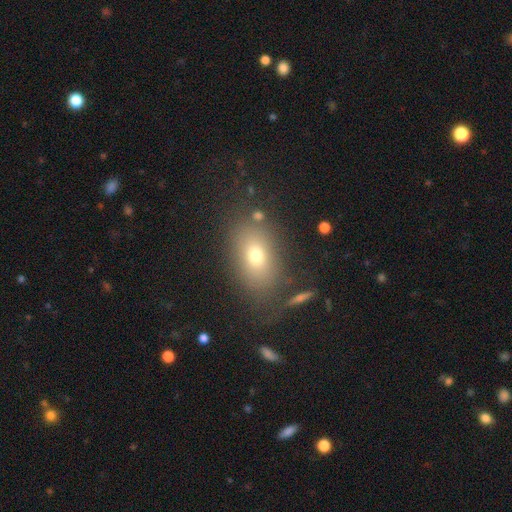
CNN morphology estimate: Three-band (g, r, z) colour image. It shows a smooth galaxy with no disk features (70%) that is in between round and cigar-shaped (79%). Merging: none (78%).